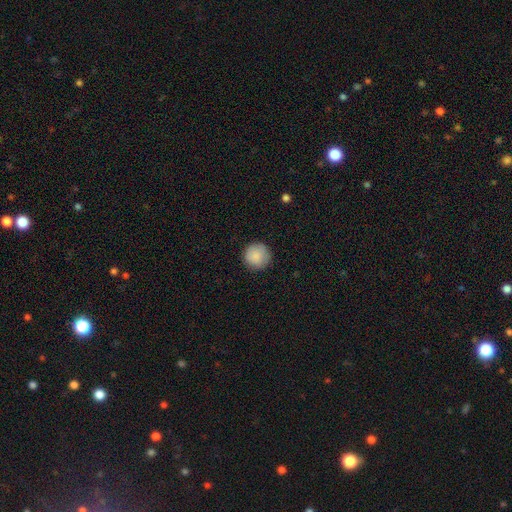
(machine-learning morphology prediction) Smooth or featured: smooth — 88% (star or artifact — 7%)
How rounded: round — 96% (in between — 3%)
Merging: none — 88% (minor disturbance — 9%)